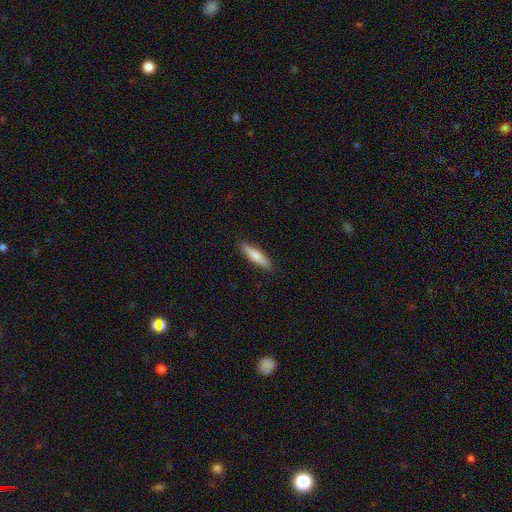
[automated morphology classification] This appears to be a smooth galaxy with no disk features (76%) that is cigar-shaped (79%). Merging: none (90%).